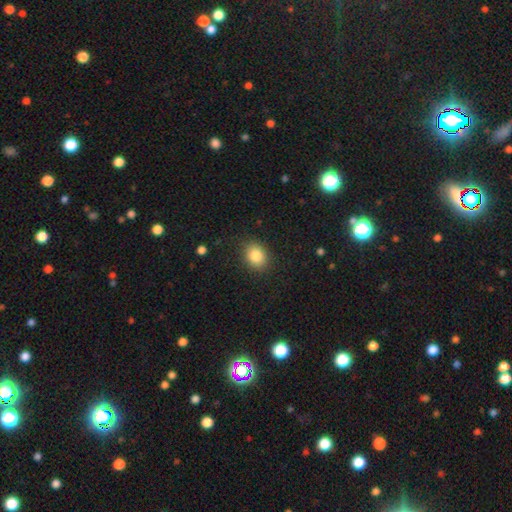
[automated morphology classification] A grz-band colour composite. It shows a smooth galaxy with no disk features (84%) that is round (53%). Merging: none (87%).